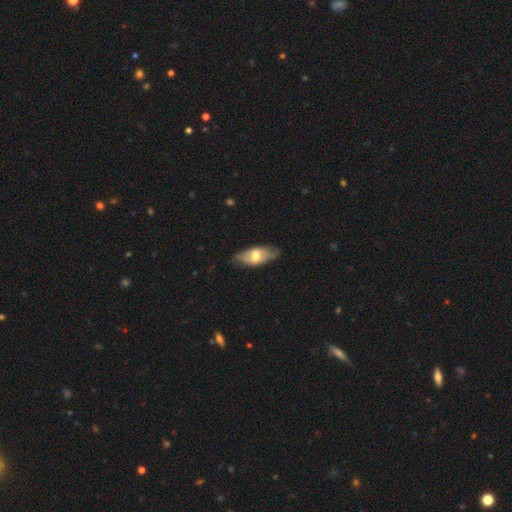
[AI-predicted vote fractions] Smooth or featured? smooth (53%)
How rounded? in between (84%)
Merging? none (72%)